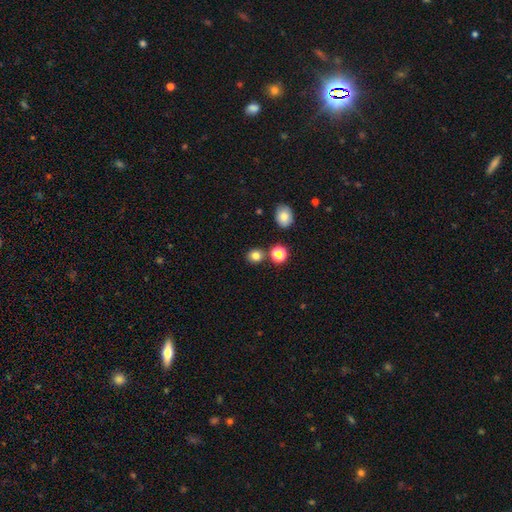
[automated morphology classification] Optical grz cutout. It shows a smooth galaxy with no disk features (80%) that is round (78%). Merging: none (80%).